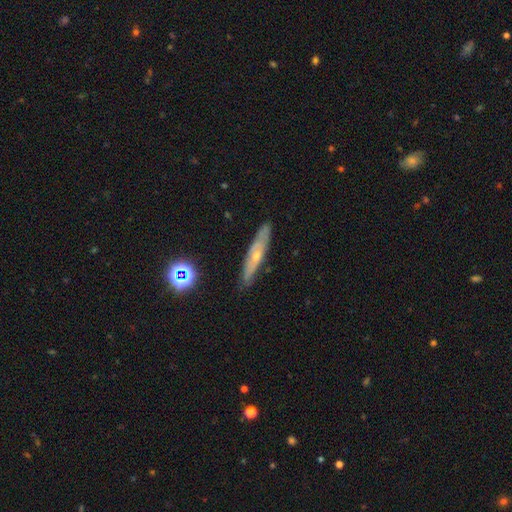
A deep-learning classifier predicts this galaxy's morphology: This is possibly a featured or disk galaxy (60%). It is likely viewed edge-on (71%). Merging: clearly none (83%).